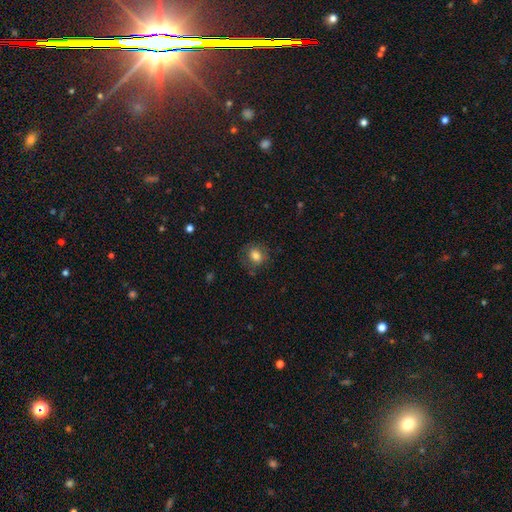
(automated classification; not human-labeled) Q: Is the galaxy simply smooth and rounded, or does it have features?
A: smooth — 78%.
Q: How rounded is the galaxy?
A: round — 73%.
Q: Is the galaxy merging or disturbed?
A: none — 76%.